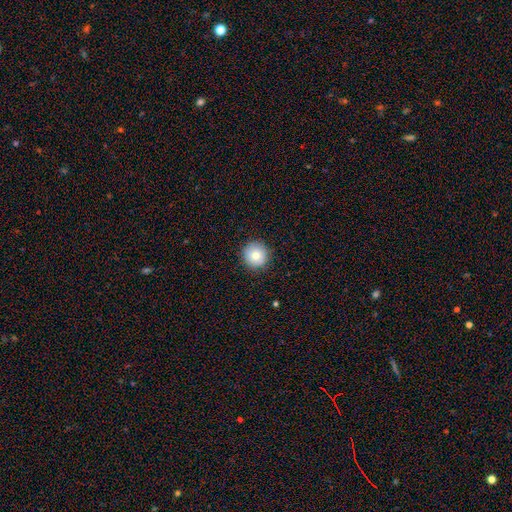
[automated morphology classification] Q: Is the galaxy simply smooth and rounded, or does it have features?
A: smooth — 77%.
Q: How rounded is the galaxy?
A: round — 95%.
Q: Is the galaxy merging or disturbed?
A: none — 90%.